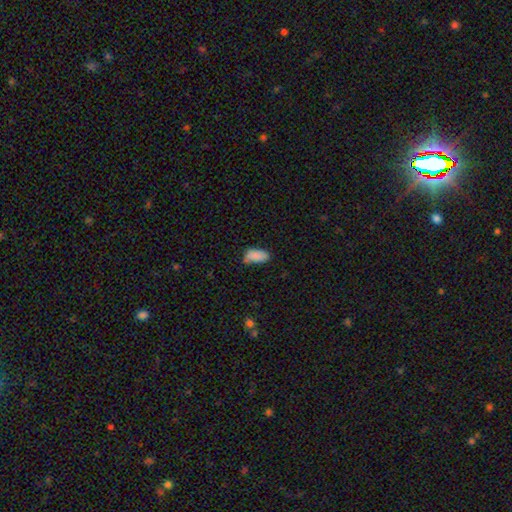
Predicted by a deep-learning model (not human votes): The model was most divided on "merging": none: 57%, minor disturbance: 33%, major disturbance: 7%, merger: 3%. More confident: how rounded — in between (92%); smooth or featured — smooth (86%).